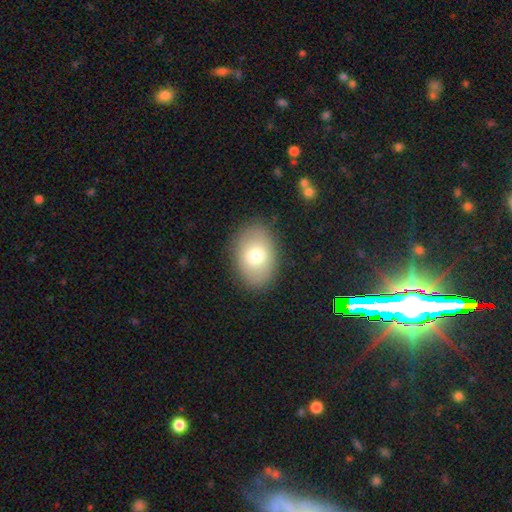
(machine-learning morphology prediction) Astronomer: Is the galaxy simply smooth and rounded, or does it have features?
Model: smooth — 75%.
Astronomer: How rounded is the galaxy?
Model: in between — 81%.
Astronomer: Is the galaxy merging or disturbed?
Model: none — 86%.